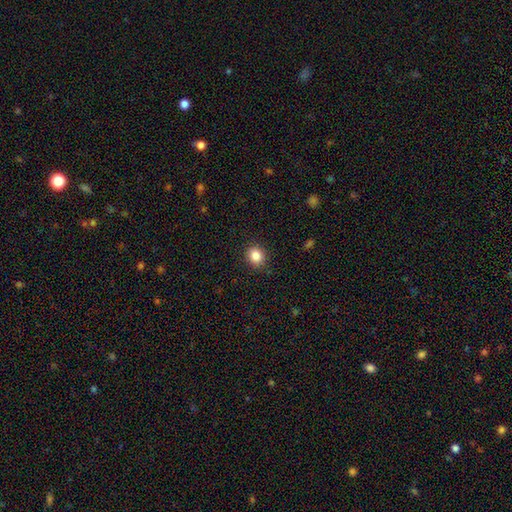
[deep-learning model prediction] smooth 85%, star or artifact 11%, featured or disk 5%. Down the decision tree: how rounded — round (75%); merging — none (89%).